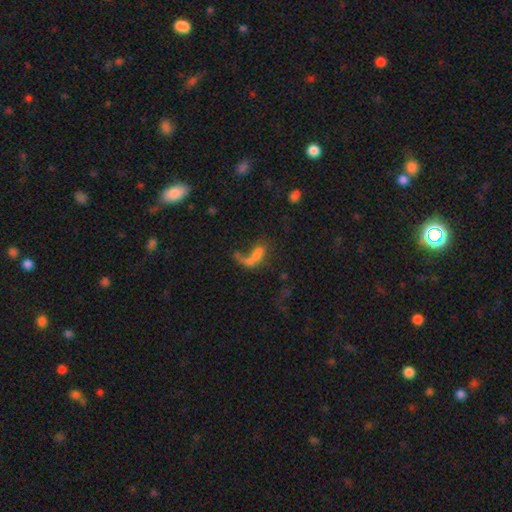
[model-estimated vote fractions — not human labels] Morphology: type=smooth (49%); merging=merger (45%).